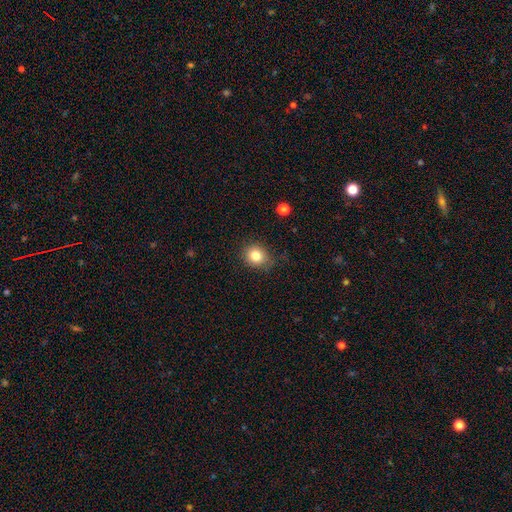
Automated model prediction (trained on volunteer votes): Smooth or featured: smooth — 82% (star or artifact — 11%)
How rounded: round — 78% (in between — 21%)
Merging: none — 78% (minor disturbance — 16%)